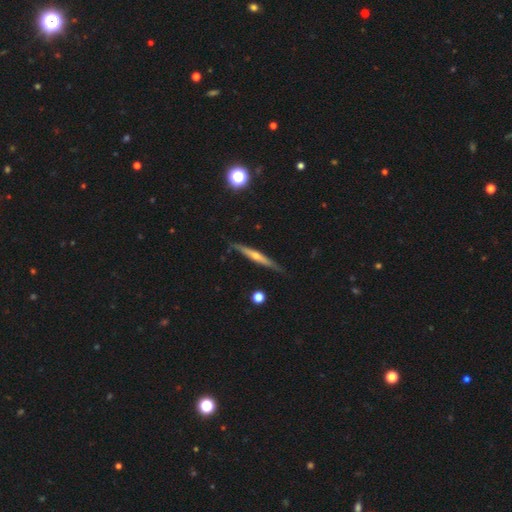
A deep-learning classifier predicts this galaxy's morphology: smooth_or_featured: featured or disk (p=0.70) [alt: smooth p=0.24]
disk_edge_on: yes (p=0.97) [alt: no p=0.03]
edge_on_bulge: rounded (p=0.75) [alt: none p=0.21]
merging: none (p=0.86) [alt: minor disturbance p=0.11]